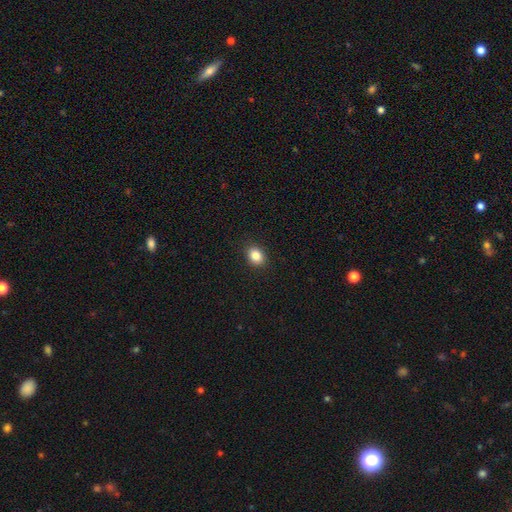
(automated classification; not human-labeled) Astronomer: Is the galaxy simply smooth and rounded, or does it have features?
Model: smooth — 84%.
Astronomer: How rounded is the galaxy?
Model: in between — 51% (runner-up: round, 48%).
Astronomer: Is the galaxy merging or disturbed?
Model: none — 90%.